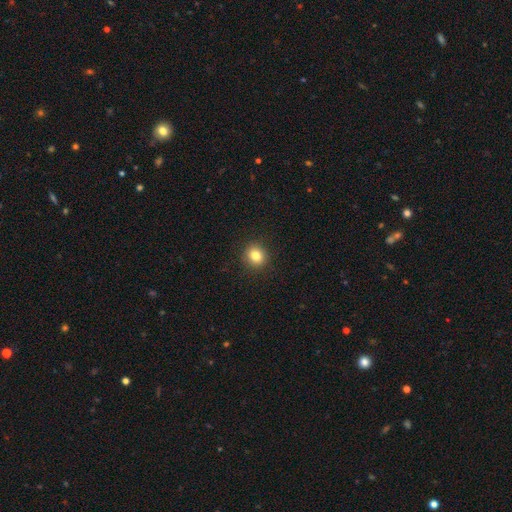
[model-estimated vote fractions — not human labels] Smooth or featured? Predicted: smooth (p=0.82). How rounded? Predicted: round (p=0.84). Merging? Predicted: none (p=0.91).